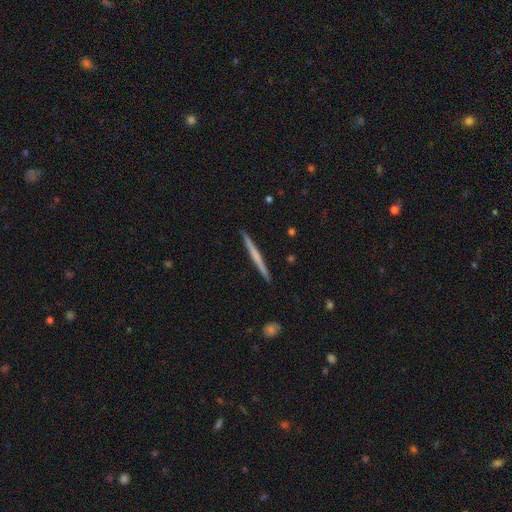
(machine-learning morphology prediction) Smooth or featured? Predicted: featured or disk (p=0.49). Merging? Predicted: none (p=0.92).